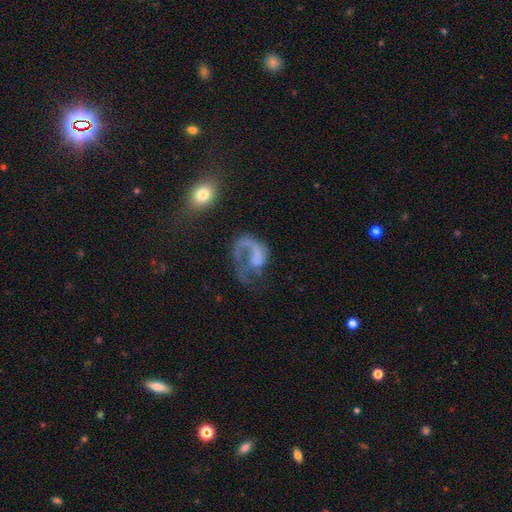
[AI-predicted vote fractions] Smooth or featured? featured or disk (69%)
Edge-on disk? no (98%)
Bar? no (74%)
Spiral arms? yes (71%)
Bulge size? none (53%)
Merging? major disturbance (52%)